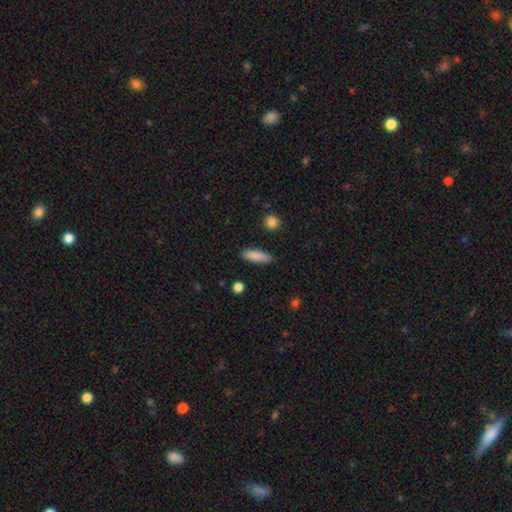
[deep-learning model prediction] smooth_or_featured: smooth (p=0.87) [alt: featured or disk p=0.07]
how_rounded: cigar-shaped (p=0.50) [alt: in between p=0.48]
merging: none (p=0.84) [alt: minor disturbance p=0.12]